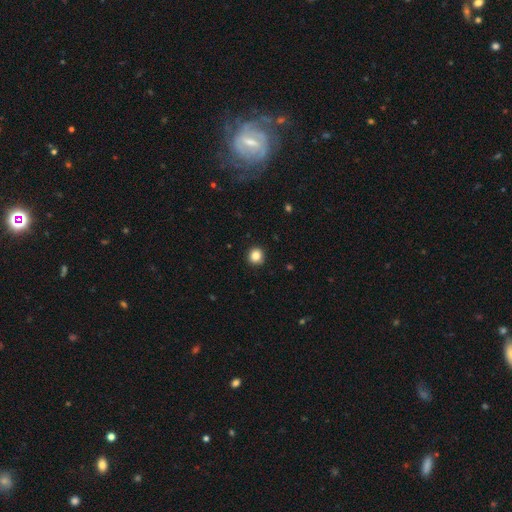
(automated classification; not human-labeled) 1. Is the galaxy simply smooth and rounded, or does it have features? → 85% smooth, 11% star or artifact, 4% featured or disk.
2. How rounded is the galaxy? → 91% round, 8% in between, 1% cigar-shaped.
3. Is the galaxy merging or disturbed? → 91% none, 6% minor disturbance, 2% major disturbance, 1% merger.